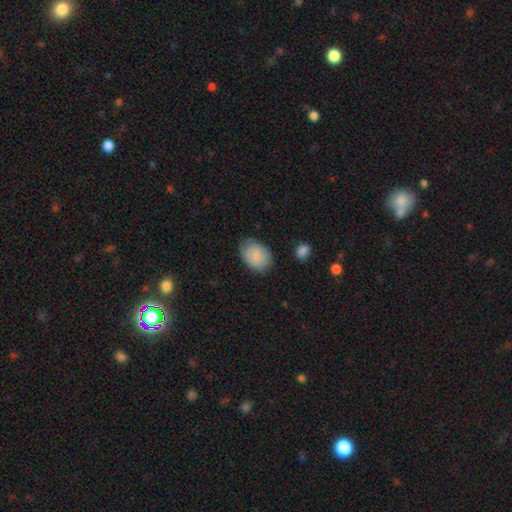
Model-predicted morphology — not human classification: Smooth or featured: smooth — 87% (star or artifact — 7%)
How rounded: in between — 78% (round — 21%)
Merging: none — 76% (minor disturbance — 18%)